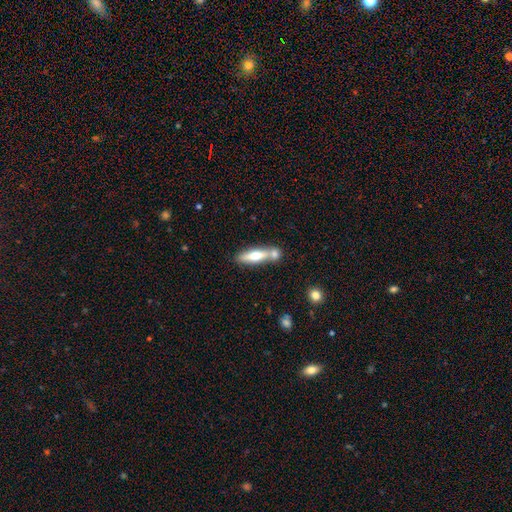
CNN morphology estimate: The model was most divided on "smooth or featured": smooth: 56%, featured or disk: 38%, star or artifact: 6%. More confident: how rounded — cigar-shaped (68%); merging — none (55%).